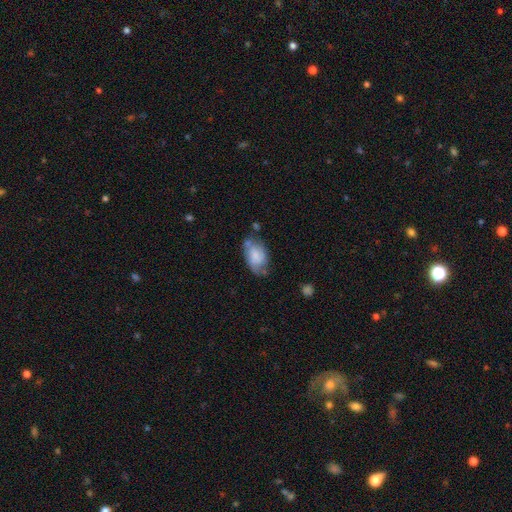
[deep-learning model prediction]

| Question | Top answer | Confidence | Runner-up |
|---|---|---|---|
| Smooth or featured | smooth | 63% | featured or disk (30%) |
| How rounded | in between | 91% | round (8%) |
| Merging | none | 43% | minor disturbance (34%) |